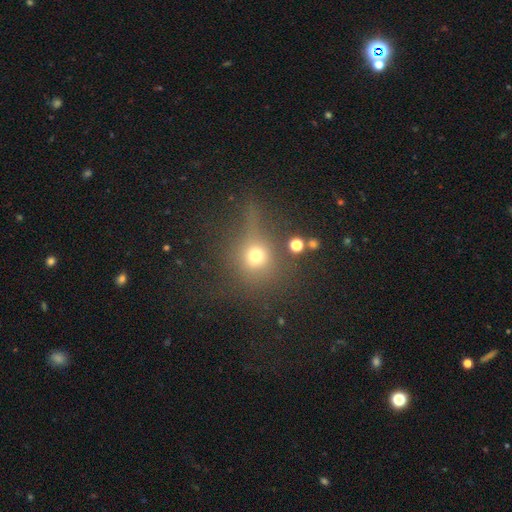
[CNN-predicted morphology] smooth 63%, star or artifact 22%, featured or disk 16%. Down the decision tree: how rounded — round (80%); merging — none (53%).